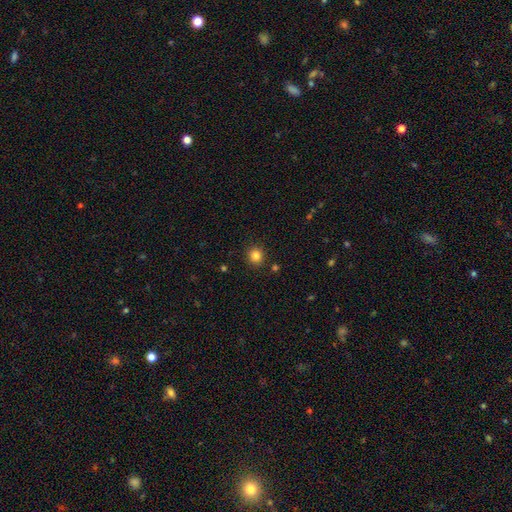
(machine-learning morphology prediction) smooth 82%, star or artifact 13%, featured or disk 5%. Down the decision tree: how rounded — round (90%); merging — none (90%).